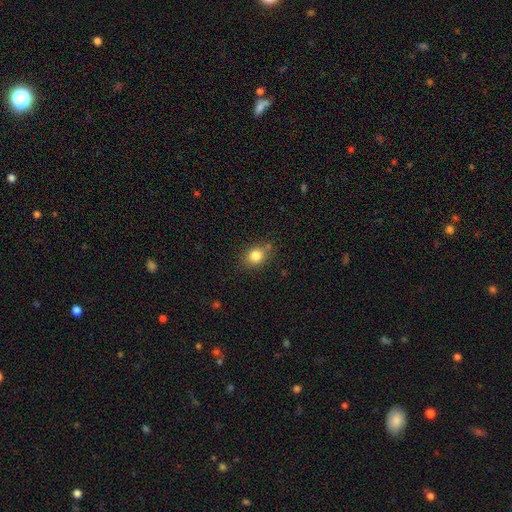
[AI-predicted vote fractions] Smooth or featured: smooth — 82% (star or artifact — 11%)
How rounded: round — 56% (in between — 43%)
Merging: none — 75% (minor disturbance — 16%)